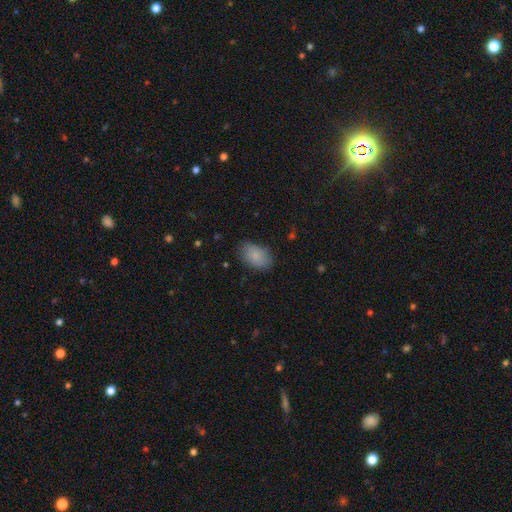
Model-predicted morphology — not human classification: smooth-or-featured: smooth: 86% | featured or disk: 7% | star or artifact: 7%
  how-rounded: in between: 89% | round: 9% | cigar-shaped: 1%
  merging: none: 79% | minor disturbance: 16% | major disturbance: 4% | merger: 1%